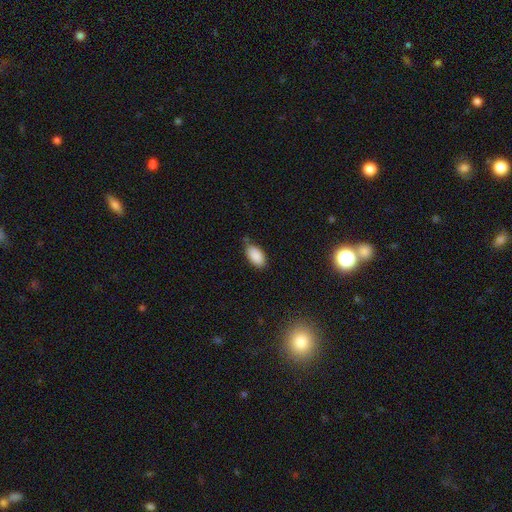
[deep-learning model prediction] Q: Smooth or featured?
A: smooth (89%); runner-up: star or artifact (7%)
Q: How rounded?
A: in between (94%); runner-up: round (3%)
Q: Merging?
A: none (70%); runner-up: minor disturbance (22%)